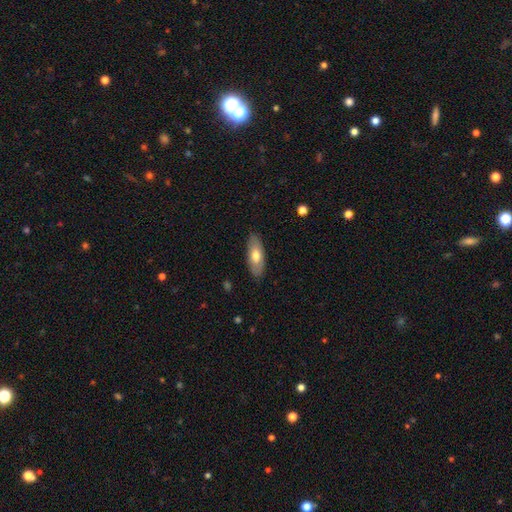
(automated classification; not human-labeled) This is likely a smooth galaxy (68%). How rounded: likely in between (79%). Merging: clearly none (86%).